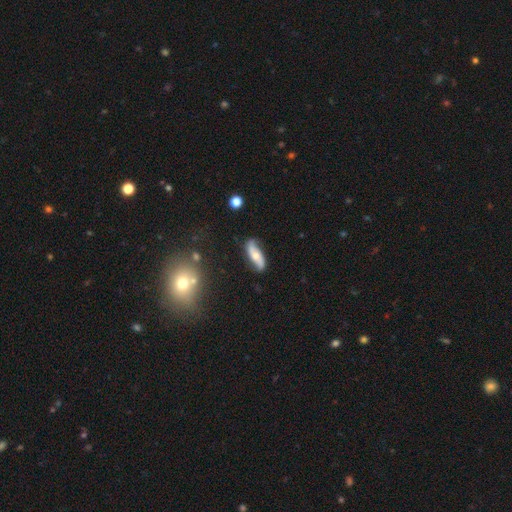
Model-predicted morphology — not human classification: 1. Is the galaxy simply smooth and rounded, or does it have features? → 61% featured or disk, 32% smooth, 7% star or artifact.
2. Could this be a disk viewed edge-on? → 78% no, 22% yes.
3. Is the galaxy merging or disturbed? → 77% none, 16% minor disturbance, 4% major disturbance, 2% merger.